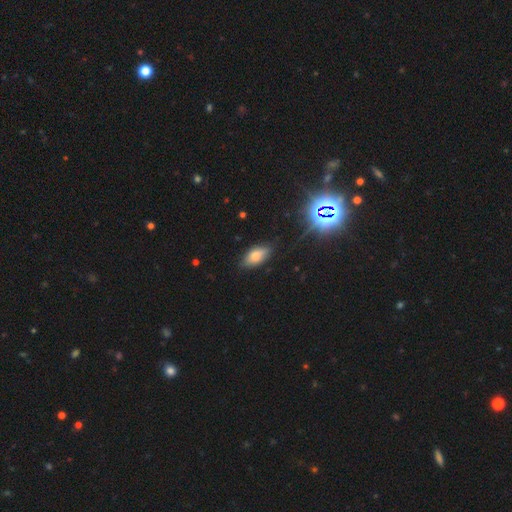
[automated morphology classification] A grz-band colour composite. It shows a smooth galaxy with no disk features (73%) that is in between round and cigar-shaped (88%). Merging: none (80%).